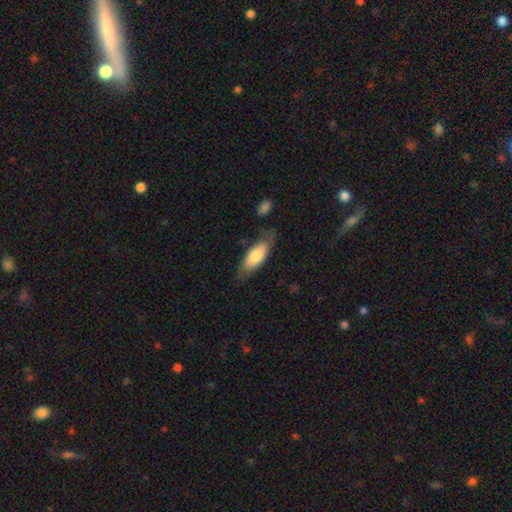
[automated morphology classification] type=smooth (70%); roundness=in between (76%); merging=none (63%).